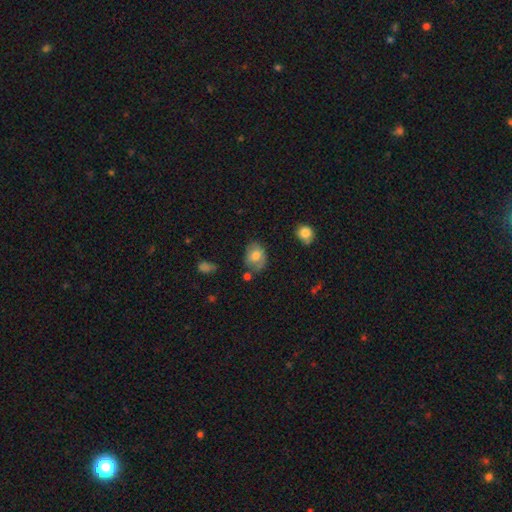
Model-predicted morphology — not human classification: Q: Smooth or featured?
A: smooth (68%); runner-up: featured or disk (24%)
Q: How rounded?
A: in between (70%); runner-up: round (29%)
Q: Merging?
A: none (63%); runner-up: minor disturbance (25%)